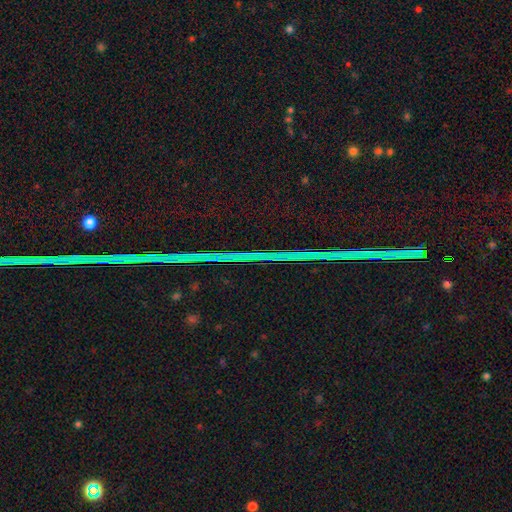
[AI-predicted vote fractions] Smooth or featured?
  - star or artifact: 89% *
  - featured or disk: 7%
  - smooth: 4%